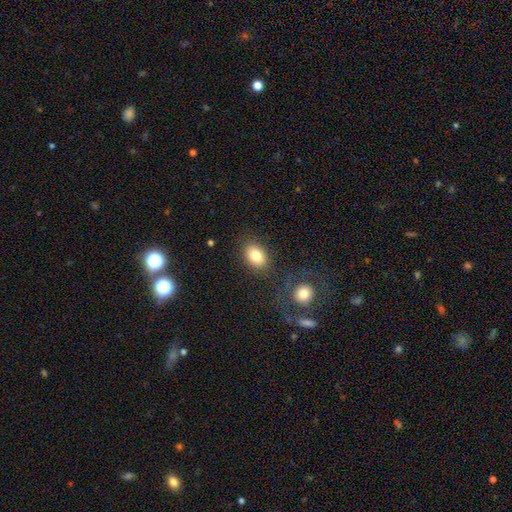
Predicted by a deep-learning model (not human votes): Smooth or featured? smooth (83%)
How rounded? in between (75%)
Merging? none (82%)